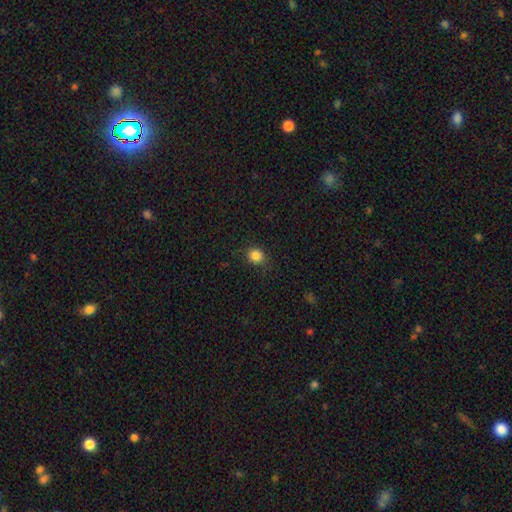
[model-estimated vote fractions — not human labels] A smooth galaxy with no disk features (85%) that is round (80%). Merging: none (84%).